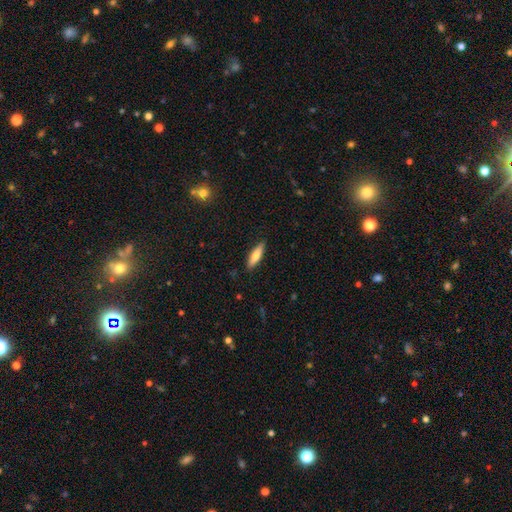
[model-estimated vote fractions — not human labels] A smooth galaxy with no disk features (72%) that is cigar-shaped (64%).

Vote fractions:
- Smooth or featured? smooth: 72% / featured or disk: 22% / star or artifact: 6%
- How rounded? cigar-shaped: 64% / in between: 34% / round: 2%
- Merging? none: 88% / minor disturbance: 9% / major disturbance: 2% / merger: 1%